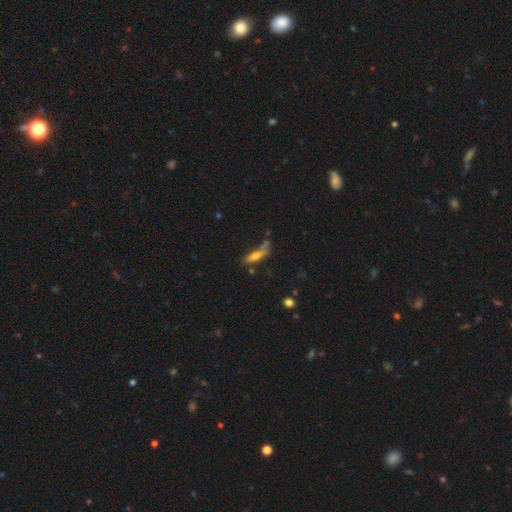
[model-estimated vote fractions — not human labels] smooth-or-featured: smooth: 68% | featured or disk: 22% | star or artifact: 10%
  how-rounded: cigar-shaped: 57% | in between: 41% | round: 2%
  merging: none: 50% | minor disturbance: 23% | merger: 16% | major disturbance: 11%